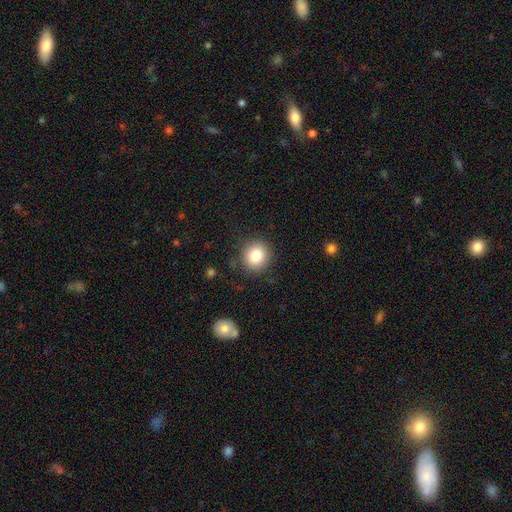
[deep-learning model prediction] Smooth or featured?
  - smooth: 81% *
  - star or artifact: 10%
  - featured or disk: 8%
How rounded?
  - round: 89% *
  - in between: 10%
  - cigar-shaped: 1%
Merging?
  - none: 87% *
  - minor disturbance: 9%
  - major disturbance: 3%
  - merger: 1%